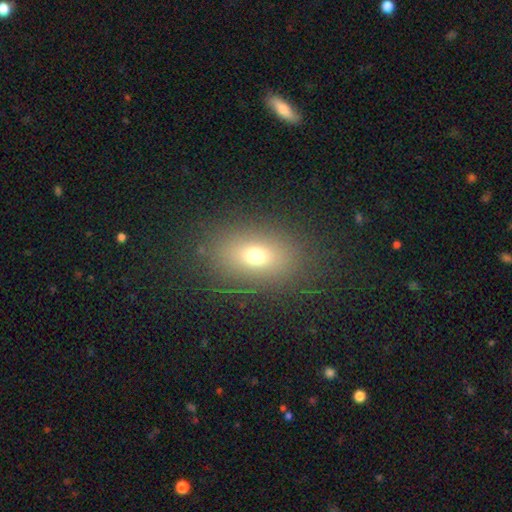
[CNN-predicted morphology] This appears to be a smooth galaxy with no disk features (68%) that is in between round and cigar-shaped (75%). Merging: none (82%).